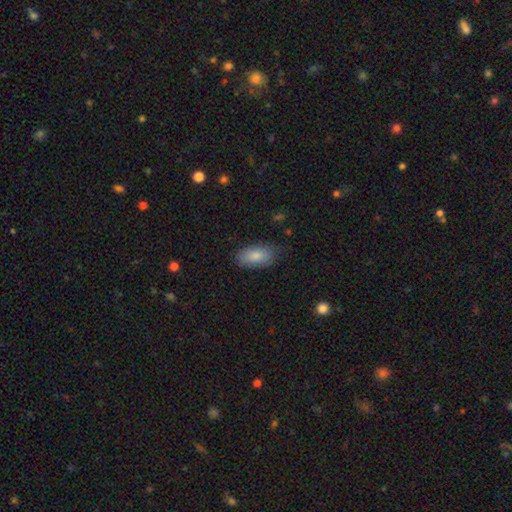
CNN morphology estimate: Smooth or featured? smooth (85%)
How rounded? in between (91%)
Merging? none (74%)